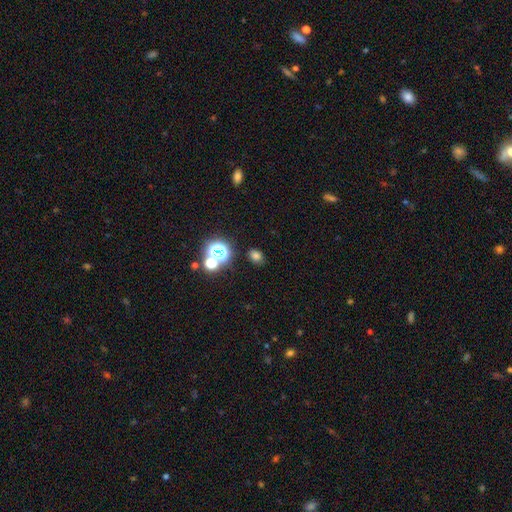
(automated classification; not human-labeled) A smooth galaxy with no disk features (70%) that is in between round and cigar-shaped (55%). Merging: none (82%).